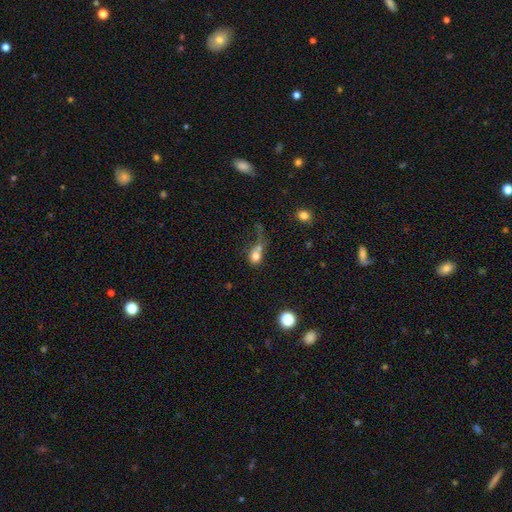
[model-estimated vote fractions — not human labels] This appears to be a smooth galaxy with no disk features (72%) that is round (59%). Merging: merger (39%).